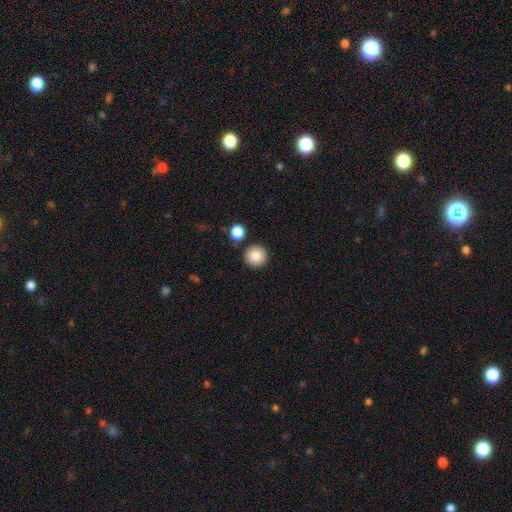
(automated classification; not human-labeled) Smooth or featured: smooth — 85% (star or artifact — 9%)
How rounded: round — 95% (in between — 4%)
Merging: none — 88% (minor disturbance — 6%)